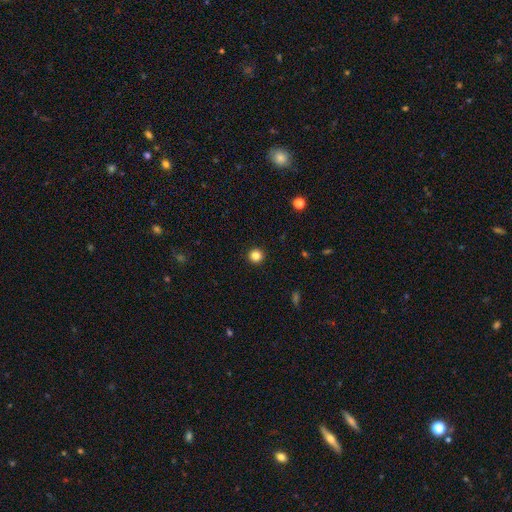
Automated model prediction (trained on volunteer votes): Morphology: type=smooth (84%); roundness=round (95%); merging=none (93%).